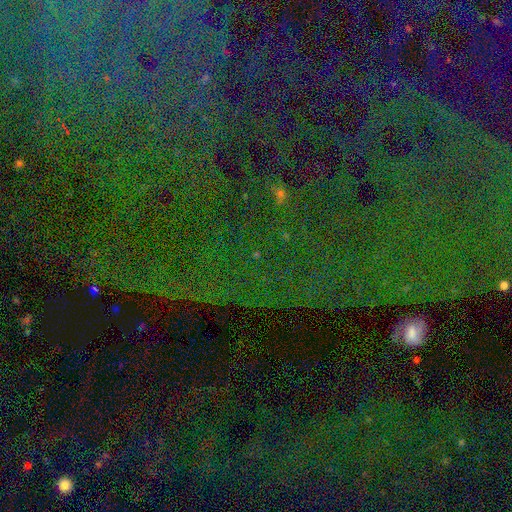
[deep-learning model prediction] A star or artifact, not a galaxy (81%).